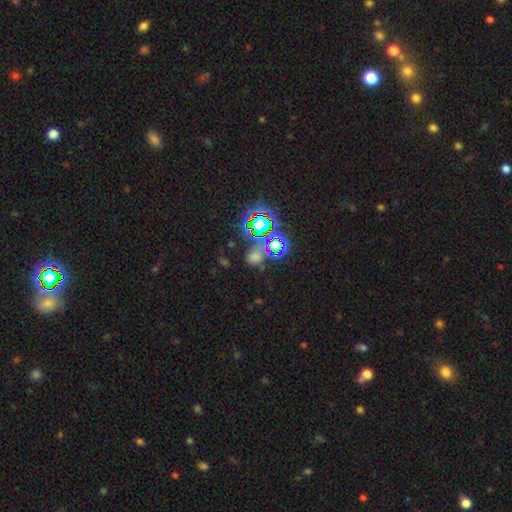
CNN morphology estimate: Smooth or featured: star or artifact — 52% (smooth — 39%)